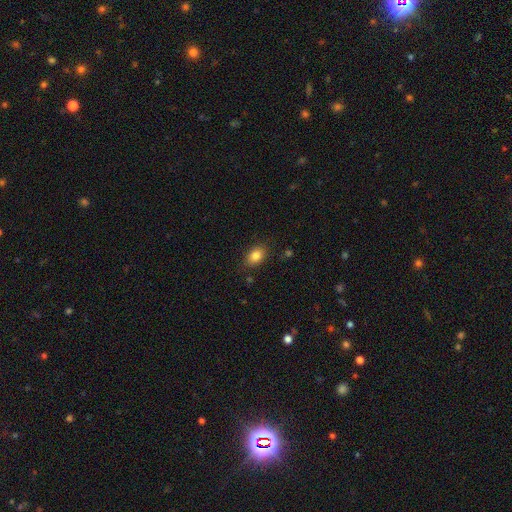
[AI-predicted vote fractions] Morphology: type=smooth (84%); roundness=in between (76%); merging=none (82%).